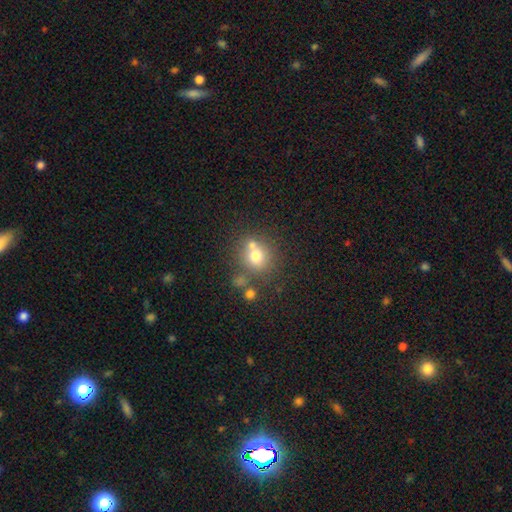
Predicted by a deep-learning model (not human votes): Q: Smooth or featured?
A: smooth (69%); runner-up: featured or disk (17%)
Q: How rounded?
A: round (79%); runner-up: in between (20%)
Q: Merging?
A: none (56%); runner-up: merger (27%)